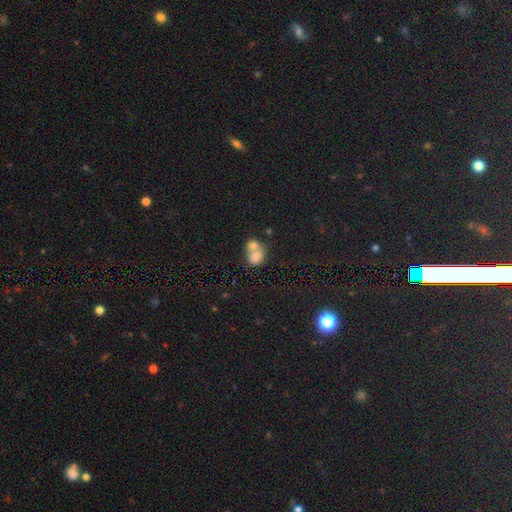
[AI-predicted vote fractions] A smooth galaxy with no disk features (75%) that is in between round and cigar-shaped (51%).

Vote fractions:
- Smooth or featured? smooth: 75% / featured or disk: 15% / star or artifact: 10%
- How rounded? in between: 51% / round: 48% / cigar-shaped: 1%
- Merging? merger: 69% / none: 20% / minor disturbance: 7% / major disturbance: 4%